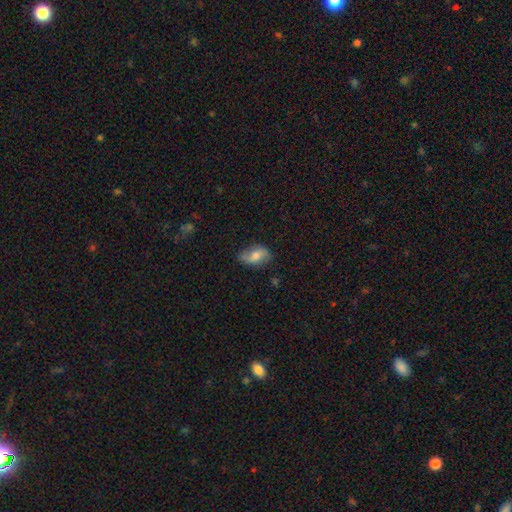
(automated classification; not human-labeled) smooth 62%, featured or disk 30%, star or artifact 8%. Down the decision tree: how rounded — in between (88%); merging — none (66%).